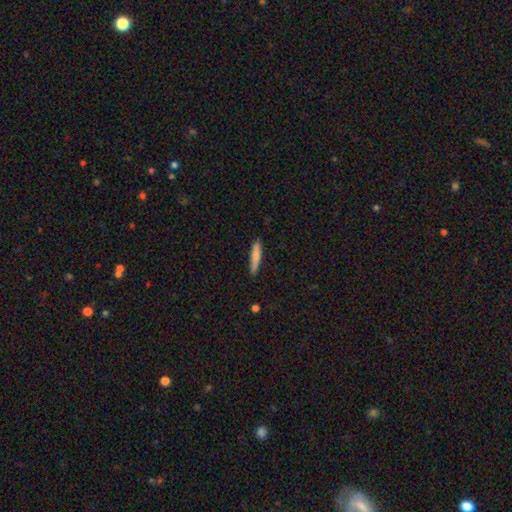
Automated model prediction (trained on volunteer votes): The model was most divided on "smooth or featured": smooth: 78%, featured or disk: 15%, star or artifact: 6%. More confident: how rounded — cigar-shaped (89%); merging — none (86%).